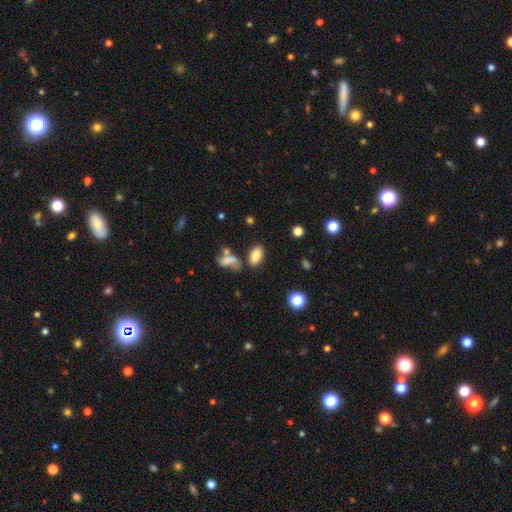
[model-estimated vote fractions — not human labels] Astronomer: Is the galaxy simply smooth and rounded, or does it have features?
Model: smooth — 83%.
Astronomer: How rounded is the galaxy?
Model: in between — 92%.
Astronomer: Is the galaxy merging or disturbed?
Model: none — 70%.